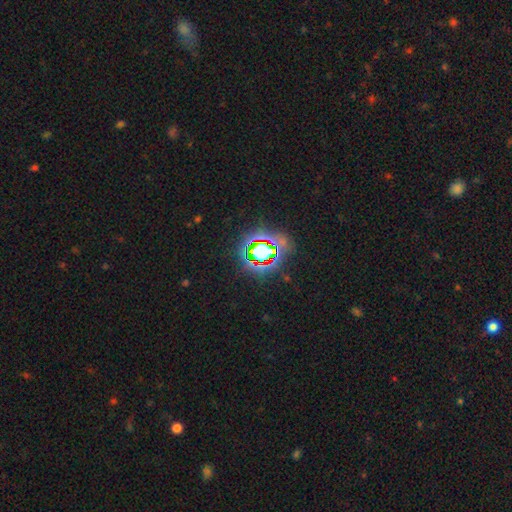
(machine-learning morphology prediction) star or artifact 74%, smooth 16%, featured or disk 10%.